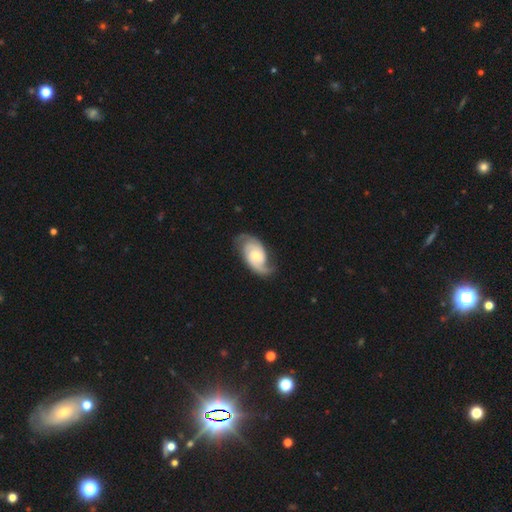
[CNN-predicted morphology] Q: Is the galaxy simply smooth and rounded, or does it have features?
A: featured or disk — 82%.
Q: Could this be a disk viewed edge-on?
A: no — 96%.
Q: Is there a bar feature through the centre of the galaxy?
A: no — 68%.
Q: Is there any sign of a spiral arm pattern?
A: yes — 96%.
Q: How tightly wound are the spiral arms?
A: medium — 44%.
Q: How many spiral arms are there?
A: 2 — 85%.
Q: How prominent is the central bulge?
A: moderate — 49%.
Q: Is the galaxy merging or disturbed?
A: none — 70%.